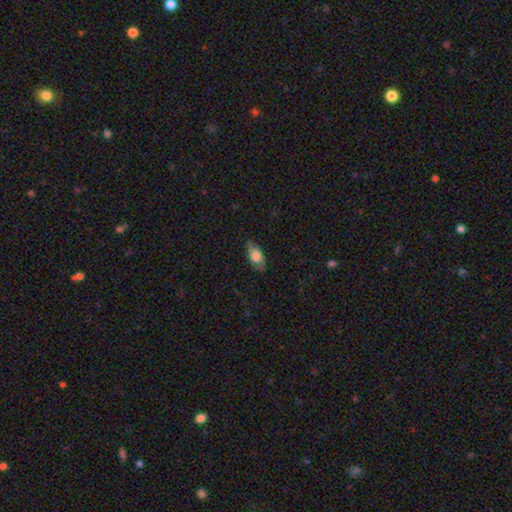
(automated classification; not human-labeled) A smooth galaxy with no disk features (63%) that is in between round and cigar-shaped (84%). Merging: none (72%).